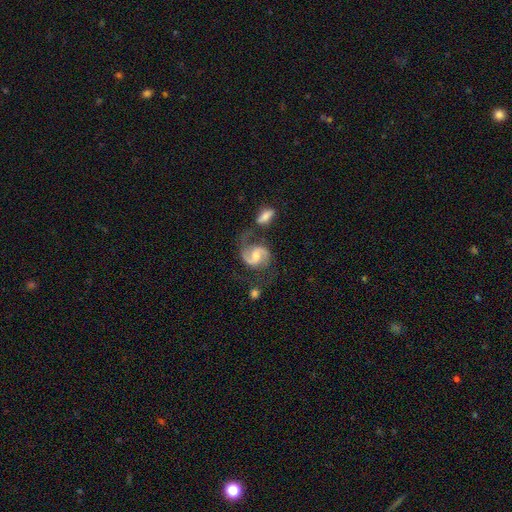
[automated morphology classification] featured or disk 88%, smooth 6%, star or artifact 5%. Down the decision tree: edge-on disk — no (98%); bar — weak (47%); spiral arms — yes (98%); spiral arm count — 2 (92%); spiral winding — medium (57%); bulge size — moderate (55%); merging — none (58%).